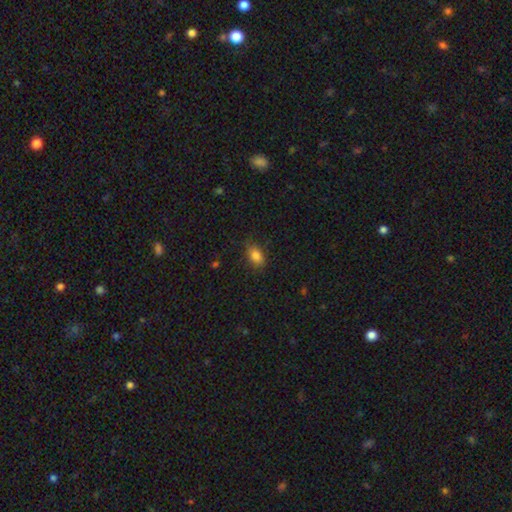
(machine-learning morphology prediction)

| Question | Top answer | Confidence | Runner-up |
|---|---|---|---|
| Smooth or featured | smooth | 83% | star or artifact (10%) |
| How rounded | in between | 83% | round (14%) |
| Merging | none | 77% | minor disturbance (18%) |